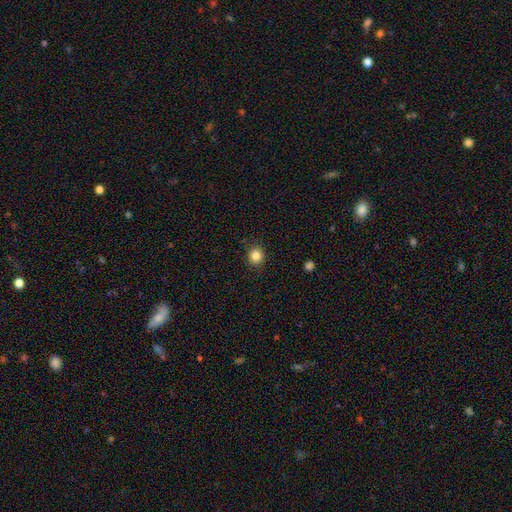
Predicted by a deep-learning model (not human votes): This appears to be a smooth galaxy with no disk features (85%) that is round (83%). Merging: none (88%).